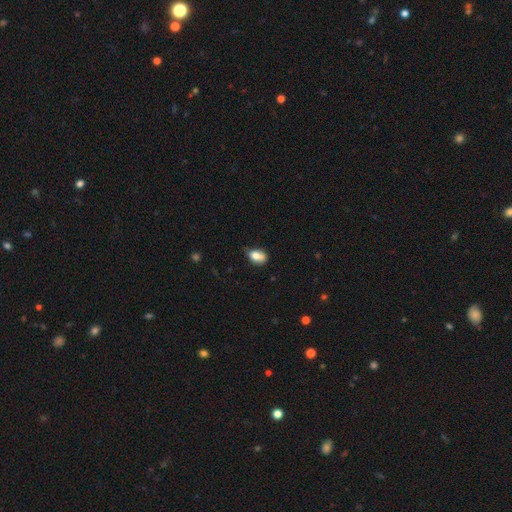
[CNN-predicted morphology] smooth 77%, featured or disk 14%, star or artifact 8%. Down the decision tree: how rounded — in between (84%); merging — none (48%).